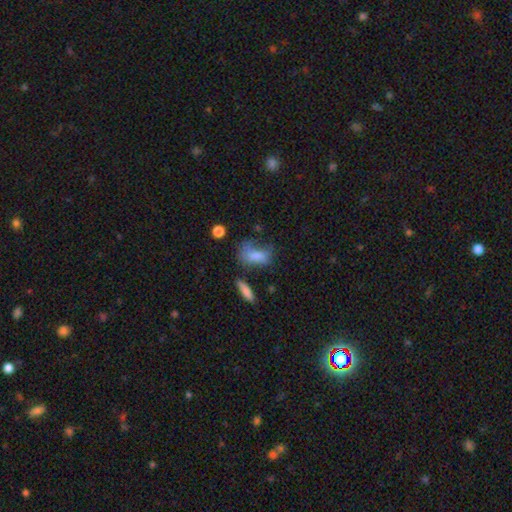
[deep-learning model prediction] Overall: smooth (72%). How rounded: in between (80%). Merging: none (36%; major disturbance 29%).